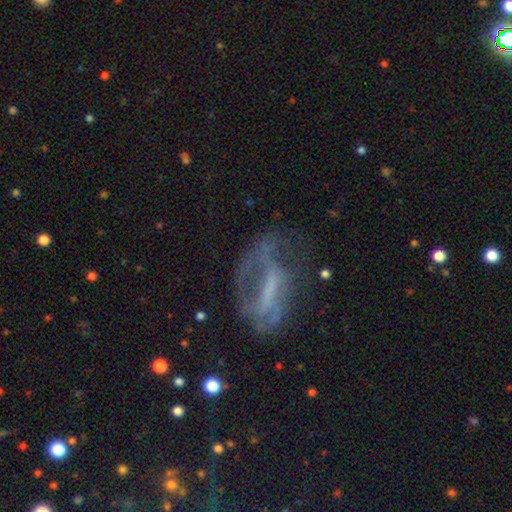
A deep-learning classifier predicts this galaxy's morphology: This is possibly a featured or disk galaxy (59%). It is clearly not viewed edge-on (85%). Merging: possibly none (46%).